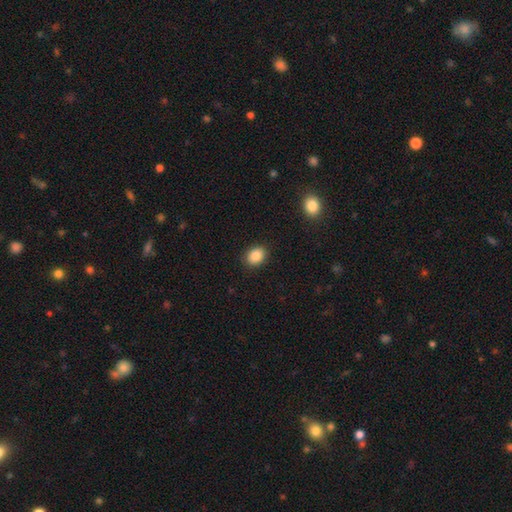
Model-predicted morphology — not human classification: Smooth or featured: smooth — 87% (star or artifact — 9%)
How rounded: in between — 56% (round — 43%)
Merging: none — 89% (minor disturbance — 8%)